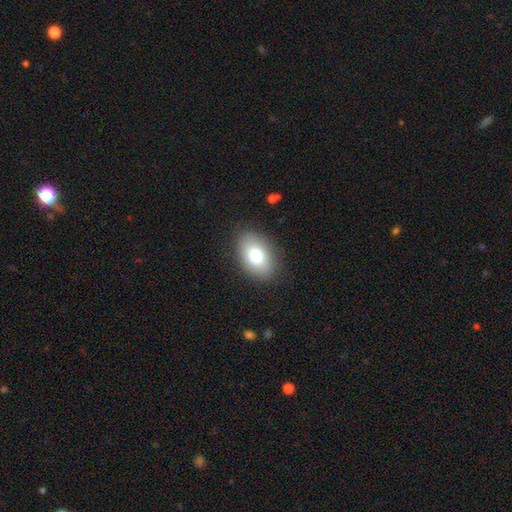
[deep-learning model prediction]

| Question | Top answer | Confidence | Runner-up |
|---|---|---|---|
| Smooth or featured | smooth | 79% | featured or disk (13%) |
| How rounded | in between | 88% | round (11%) |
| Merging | none | 86% | minor disturbance (10%) |